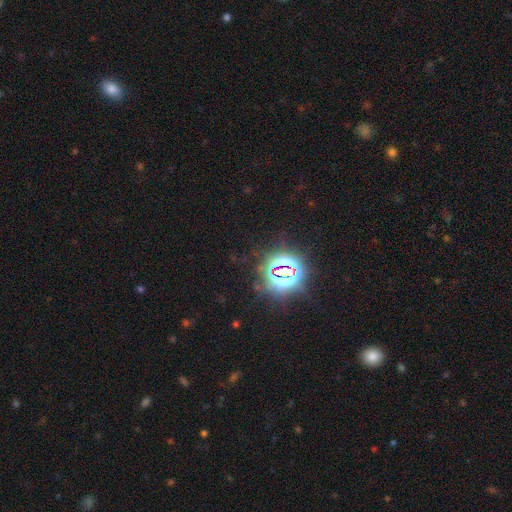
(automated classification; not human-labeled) This is clearly a star or artifact rather than a galaxy (83%).